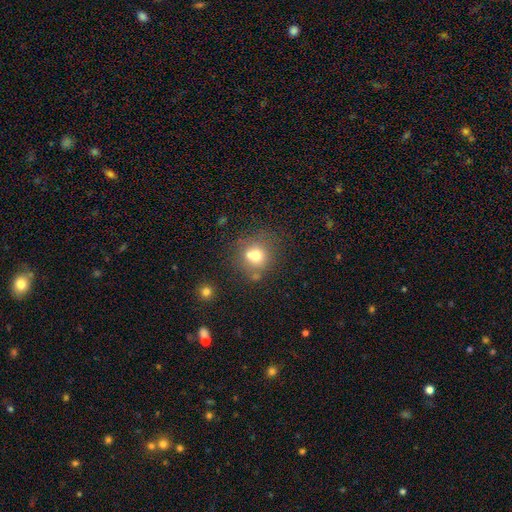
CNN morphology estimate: Smooth or featured? Predicted: smooth (p=0.68). How rounded? Predicted: round (p=0.83). Merging? Predicted: none (p=0.51).